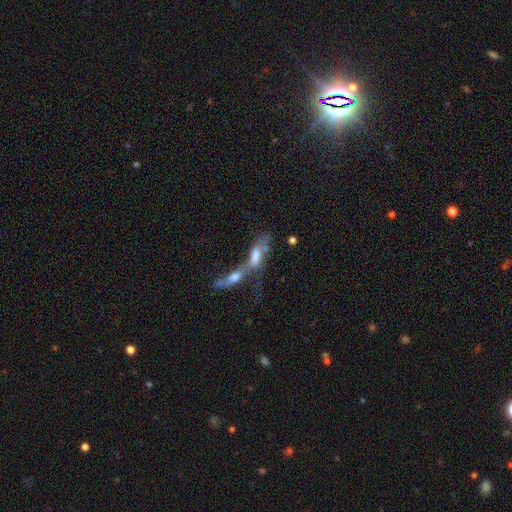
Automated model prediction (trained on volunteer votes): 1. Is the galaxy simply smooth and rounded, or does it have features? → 45% featured or disk, 44% smooth, 11% star or artifact.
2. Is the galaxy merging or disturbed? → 77% merger, 10% none, 9% major disturbance, 5% minor disturbance.